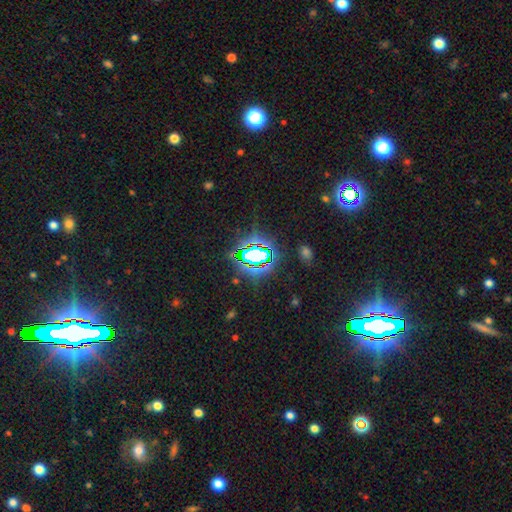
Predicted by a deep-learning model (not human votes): A star or artifact, not a galaxy (73%).

Vote fractions:
- Smooth or featured? star or artifact: 73% / smooth: 16% / featured or disk: 11%